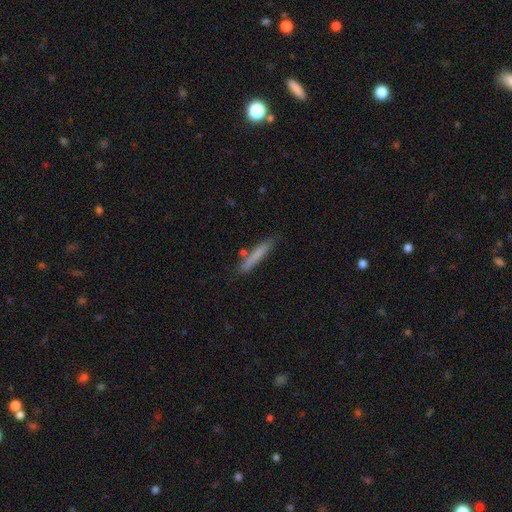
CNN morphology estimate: A smooth galaxy with no disk features (73%) that is cigar-shaped (94%).

Vote fractions:
- Smooth or featured? smooth: 73% / featured or disk: 20% / star or artifact: 7%
- How rounded? cigar-shaped: 94% / in between: 4% / round: 1%
- Merging? none: 81% / minor disturbance: 12% / merger: 4% / major disturbance: 2%